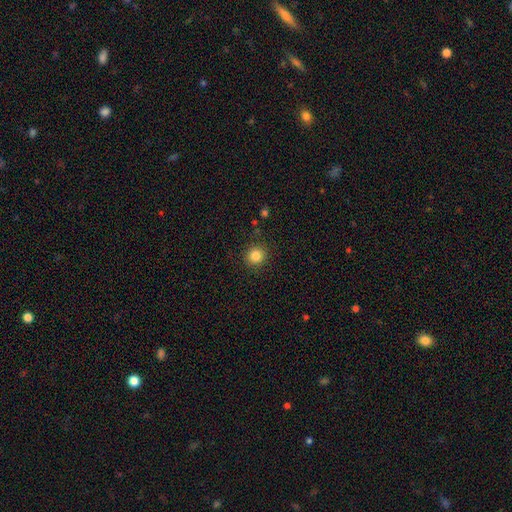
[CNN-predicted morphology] smooth 84%, star or artifact 11%, featured or disk 5%. Down the decision tree: how rounded — round (92%); merging — none (90%).